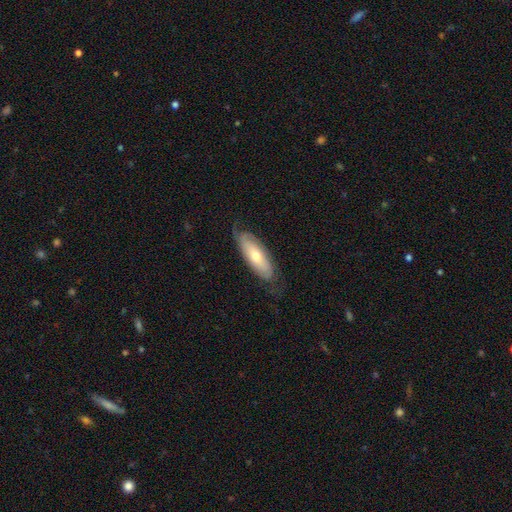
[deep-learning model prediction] smooth-or-featured: featured or disk: 49% | smooth: 46% | star or artifact: 6%
  merging: none: 69% | minor disturbance: 21% | major disturbance: 8% | merger: 1%